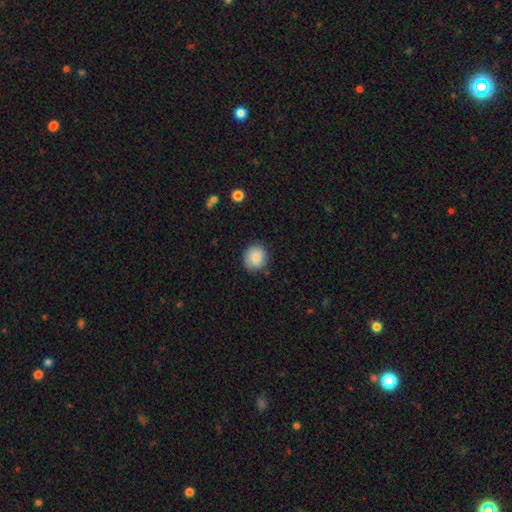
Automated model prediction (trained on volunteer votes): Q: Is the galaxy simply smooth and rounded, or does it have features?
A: smooth — 84%.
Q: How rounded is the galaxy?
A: round — 85%.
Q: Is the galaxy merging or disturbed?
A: none — 84%.